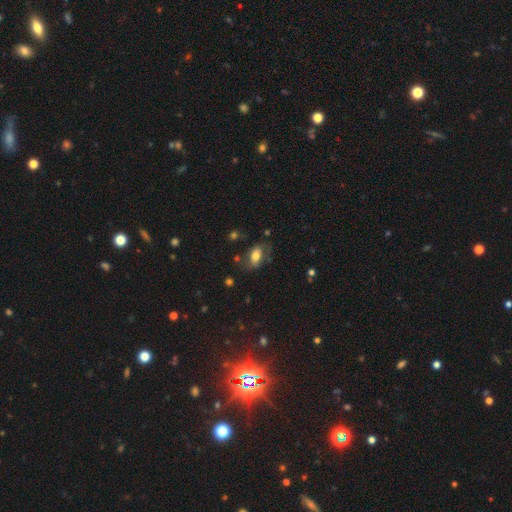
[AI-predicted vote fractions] Smooth or featured? Predicted: smooth (p=0.70). How rounded? Predicted: in between (p=0.88). Merging? Predicted: none (p=0.60).